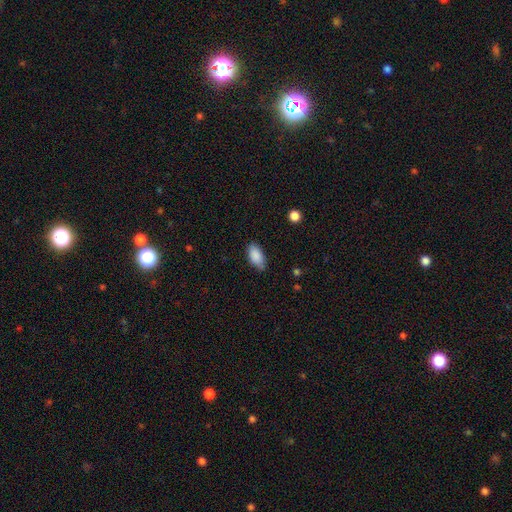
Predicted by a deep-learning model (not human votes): This appears to be a smooth galaxy with no disk features (88%) that is in between round and cigar-shaped (93%). Merging: none (77%).